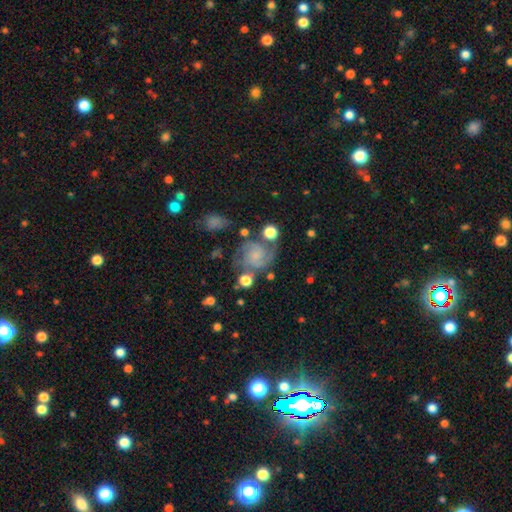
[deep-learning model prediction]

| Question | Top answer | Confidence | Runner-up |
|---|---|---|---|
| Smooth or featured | featured or disk | 77% | smooth (15%) |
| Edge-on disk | no | 98% | yes (2%) |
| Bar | no | 67% | weak (28%) |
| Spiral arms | yes | 96% | no (4%) |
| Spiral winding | medium | 45% | tight (43%) |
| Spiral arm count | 2 | 58% | 3 (19%) |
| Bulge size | small | 49% | none (29%) |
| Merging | none | 60% | minor disturbance (19%) |